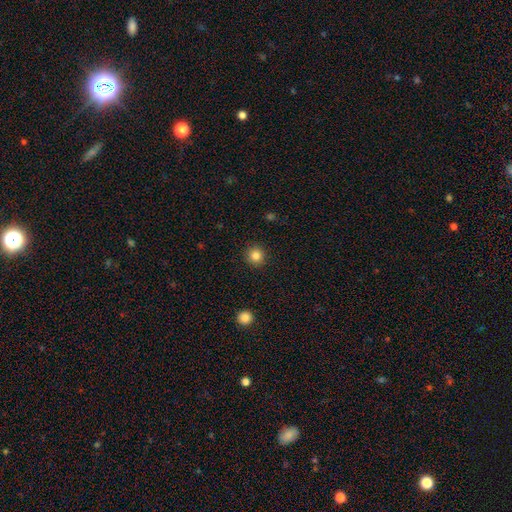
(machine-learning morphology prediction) type=smooth (85%); roundness=round (94%); merging=none (92%).